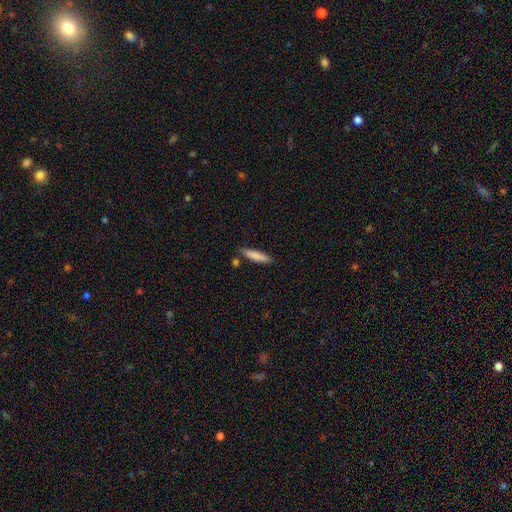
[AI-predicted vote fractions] Morphology: type=smooth (81%); roundness=cigar-shaped (82%); merging=none (81%).